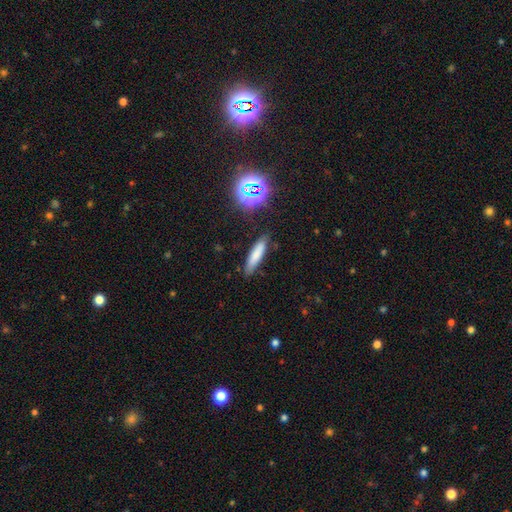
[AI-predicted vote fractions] Smooth or featured? Predicted: smooth (p=0.72). How rounded? Predicted: cigar-shaped (p=0.78). Merging? Predicted: none (p=0.82).